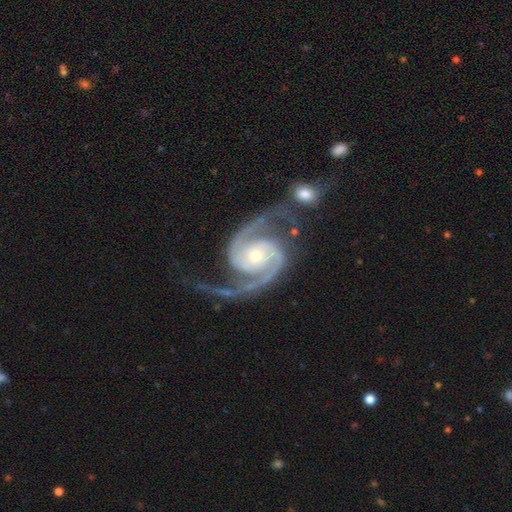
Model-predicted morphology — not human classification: featured or disk 94%, star or artifact 3%, smooth 2%. Down the decision tree: edge-on disk — no (98%); bar — no (60%); spiral arms — yes (99%); spiral arm count — 2 (93%); spiral winding — medium (58%); bulge size — moderate (51%); merging — none (63%).